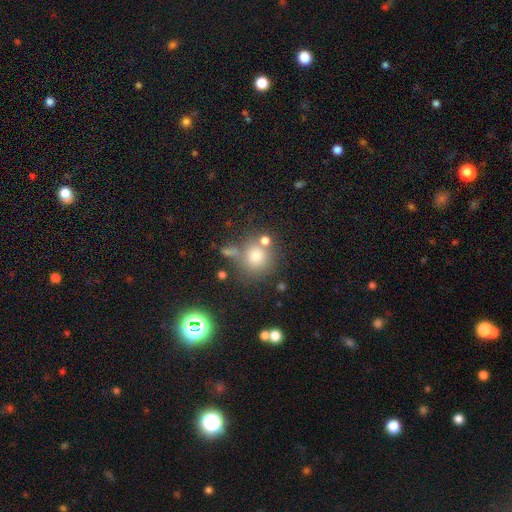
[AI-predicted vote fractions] smooth-or-featured: smooth: 77% | star or artifact: 13% | featured or disk: 10%
  how-rounded: round: 88% | in between: 11% | cigar-shaped: 1%
  merging: none: 62% | merger: 19% | minor disturbance: 13% | major disturbance: 7%